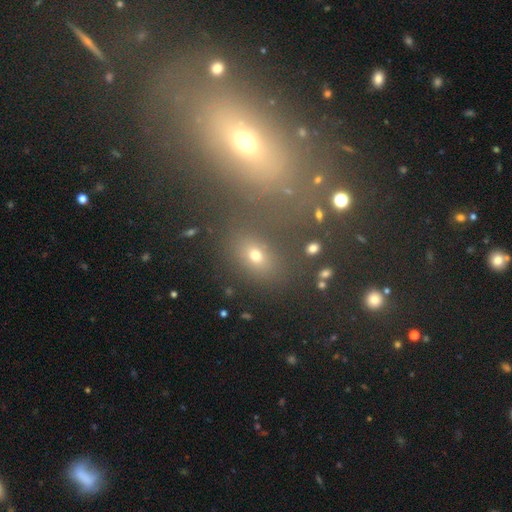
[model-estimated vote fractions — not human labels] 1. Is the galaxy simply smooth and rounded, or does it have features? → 64% smooth, 24% star or artifact, 13% featured or disk.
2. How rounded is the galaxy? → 66% in between, 31% round, 4% cigar-shaped.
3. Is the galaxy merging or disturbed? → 75% none, 11% minor disturbance, 8% merger, 6% major disturbance.